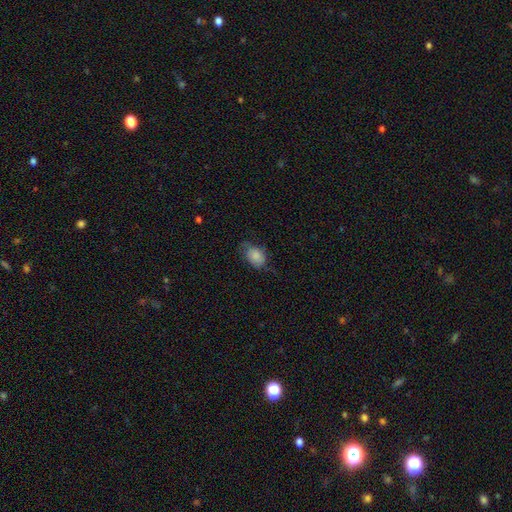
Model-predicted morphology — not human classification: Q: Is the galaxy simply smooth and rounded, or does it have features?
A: smooth — 73%.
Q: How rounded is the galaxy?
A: in between — 79%.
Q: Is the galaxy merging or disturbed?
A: none — 53%.